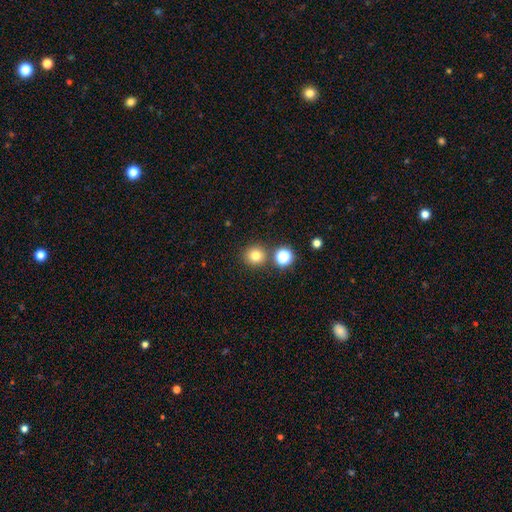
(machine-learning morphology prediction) A smooth galaxy with no disk features (78%) that is round (91%). Merging: none (82%).